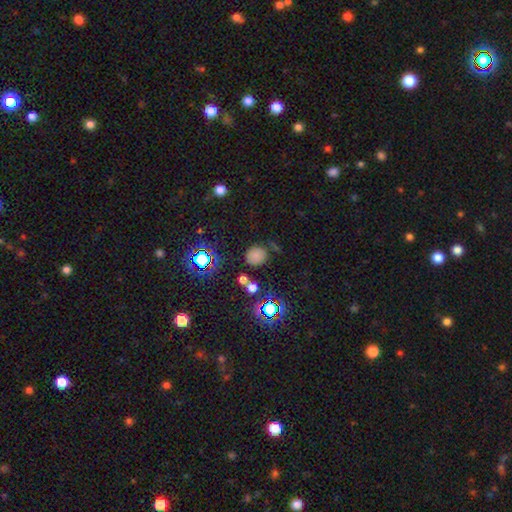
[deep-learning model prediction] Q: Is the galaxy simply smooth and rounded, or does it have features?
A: smooth — 67%.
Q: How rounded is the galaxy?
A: round — 81%.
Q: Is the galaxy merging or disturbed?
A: none — 75%.